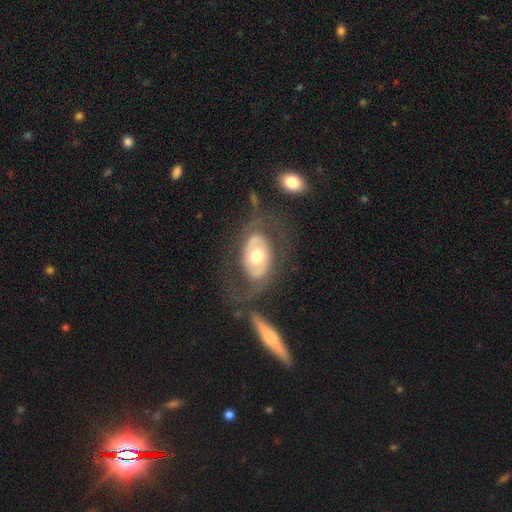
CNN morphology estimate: Smooth or featured?
  - featured or disk: 68% *
  - smooth: 26%
  - star or artifact: 7%
Edge-on disk?
  - no: 87% *
  - yes: 13%
Bar?
  - no: 76% *
  - weak: 16%
  - strong: 9%
Spiral arms?
  - no: 53% *
  - yes: 47%
Bulge size?
  - moderate: 66% *
  - large: 17%
  - small: 14%
  - dominant: 2%
  - none: 1%
Merging?
  - none: 62% *
  - minor disturbance: 15%
  - major disturbance: 13%
  - merger: 10%